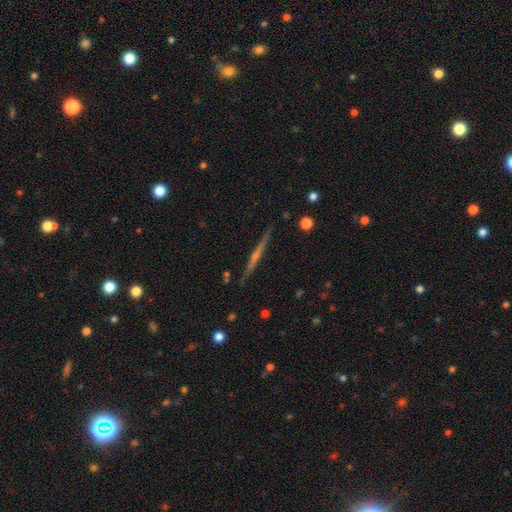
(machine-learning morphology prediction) smooth-or-featured: featured or disk: 69% | smooth: 24% | star or artifact: 7%
  disk-edge-on: yes: 98% | no: 2%
    edge-on-bulge: none: 55% | rounded: 37% | boxy: 8%
  merging: none: 90% | minor disturbance: 7% | merger: 1% | major disturbance: 1%